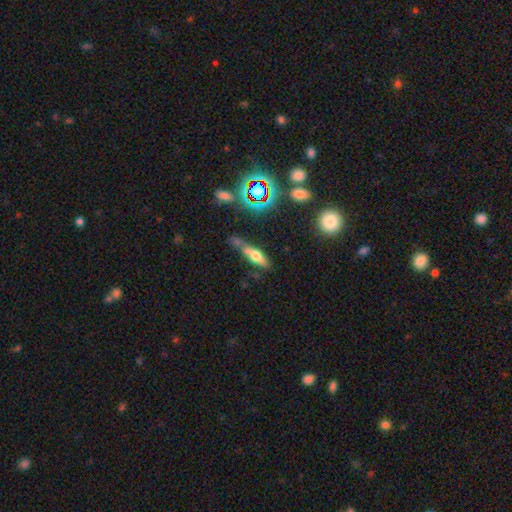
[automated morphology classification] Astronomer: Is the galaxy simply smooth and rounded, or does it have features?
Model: smooth — 51% (runner-up: featured or disk, 33%).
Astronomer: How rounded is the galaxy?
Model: cigar-shaped — 49% (runner-up: in between, 47%).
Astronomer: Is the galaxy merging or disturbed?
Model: none — 44% (runner-up: minor disturbance, 24%).